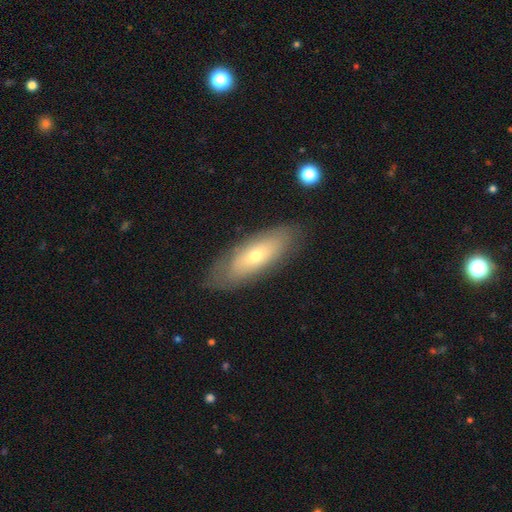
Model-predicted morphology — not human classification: smooth-or-featured: smooth: 56% | featured or disk: 37% | star or artifact: 7%
  how-rounded: in between: 69% | cigar-shaped: 28% | round: 3%
  merging: none: 80% | minor disturbance: 14% | major disturbance: 4% | merger: 1%